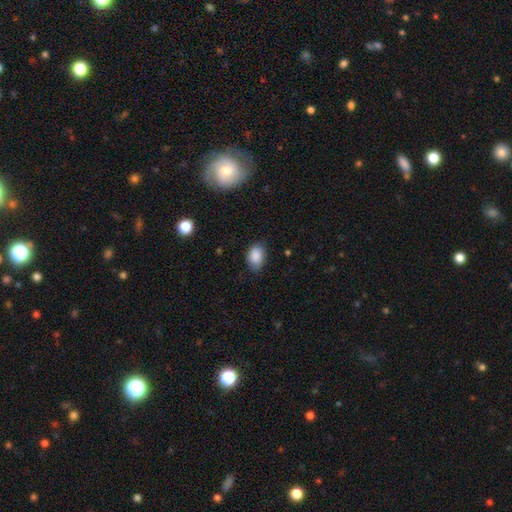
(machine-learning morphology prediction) Smooth or featured? Predicted: smooth (p=0.88). How rounded? Predicted: in between (p=0.85). Merging? Predicted: none (p=0.76).